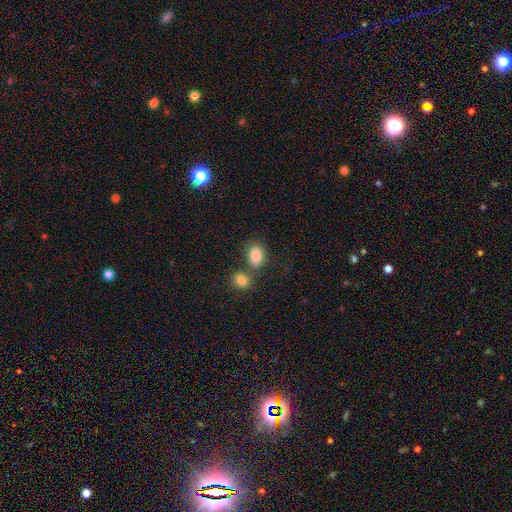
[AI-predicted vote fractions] This appears to be a smooth galaxy with no disk features (87%) that is in between round and cigar-shaped (86%). Merging: none (56%).